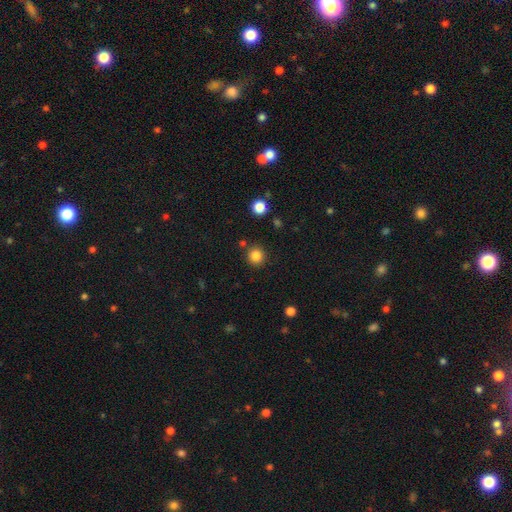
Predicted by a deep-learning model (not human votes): A smooth galaxy with no disk features (84%) that is round (93%).

Vote fractions:
- Smooth or featured? smooth: 84% / star or artifact: 12% / featured or disk: 4%
- How rounded? round: 93% / in between: 6% / cigar-shaped: 1%
- Merging? none: 88% / minor disturbance: 6% / merger: 4% / major disturbance: 2%